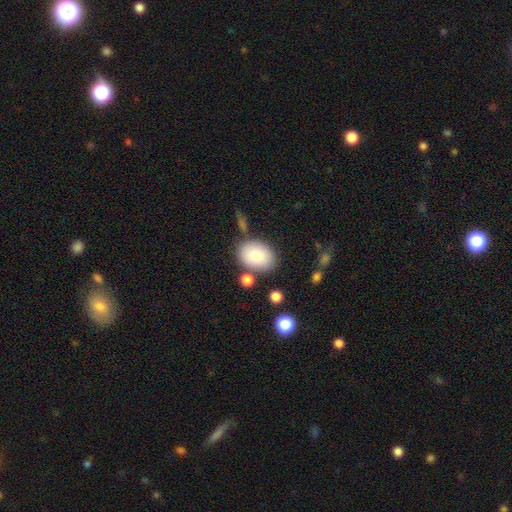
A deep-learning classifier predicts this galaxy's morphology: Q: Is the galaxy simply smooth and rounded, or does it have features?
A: smooth — 77%.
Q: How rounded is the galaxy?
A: in between — 73%.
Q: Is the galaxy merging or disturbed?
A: none — 77%.